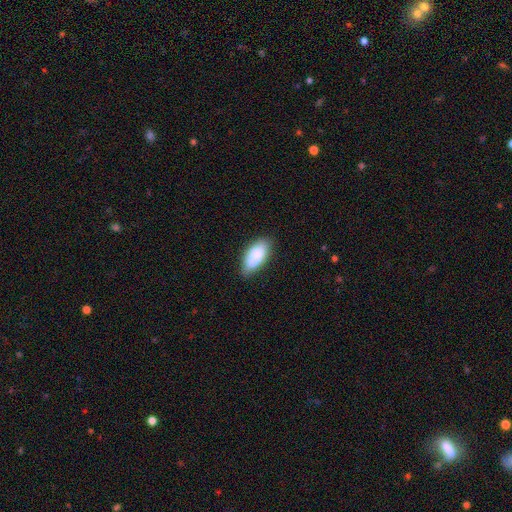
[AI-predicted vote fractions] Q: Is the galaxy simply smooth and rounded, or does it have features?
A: smooth — 79%.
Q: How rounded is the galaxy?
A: in between — 87%.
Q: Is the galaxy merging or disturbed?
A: none — 68%.